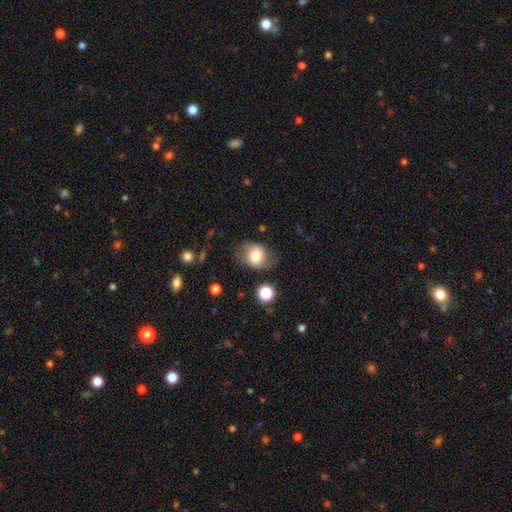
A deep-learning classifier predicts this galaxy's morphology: Smooth or featured? smooth (73%)
How rounded? in between (53%)
Merging? none (64%)